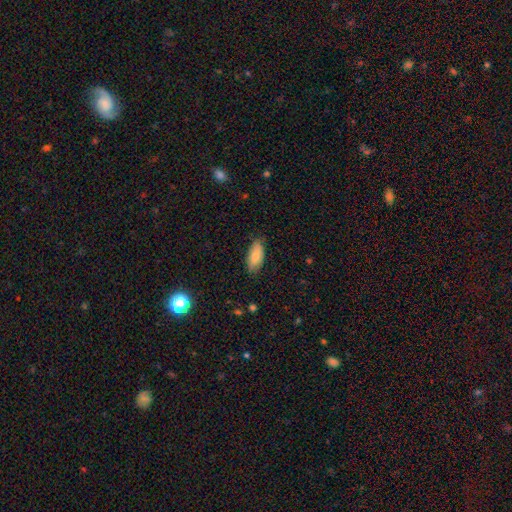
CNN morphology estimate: Q: Smooth or featured?
A: smooth (83%); runner-up: featured or disk (10%)
Q: How rounded?
A: in between (87%); runner-up: cigar-shaped (11%)
Q: Merging?
A: none (80%); runner-up: minor disturbance (16%)